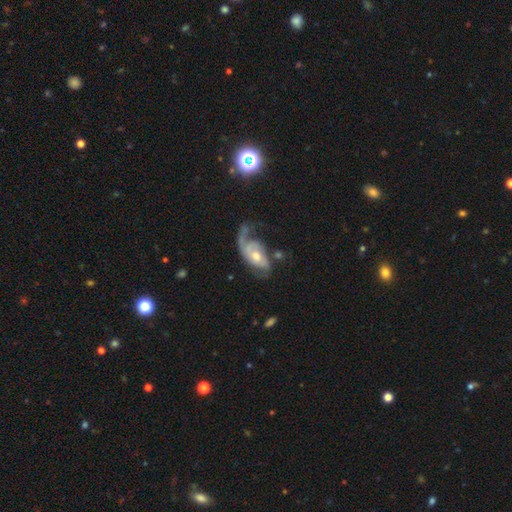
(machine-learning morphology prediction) A featured or disk galaxy (77%) with no bar (64%), 2 (46%) loose (44%) spiral arms (90%) and a moderate central bulge (63%). Merging: major disturbance (37%).